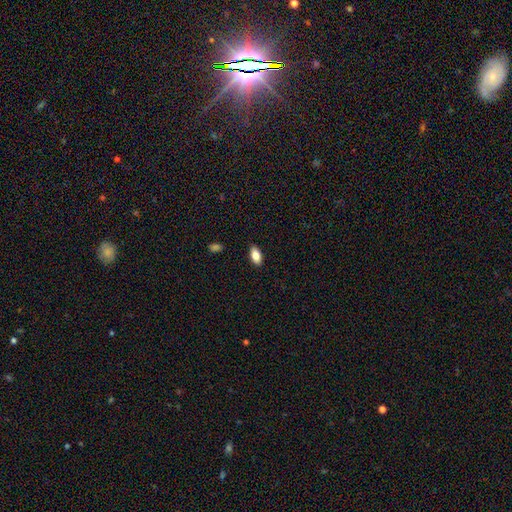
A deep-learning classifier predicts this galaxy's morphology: type=smooth (82%); roundness=in between (91%); merging=none (89%).